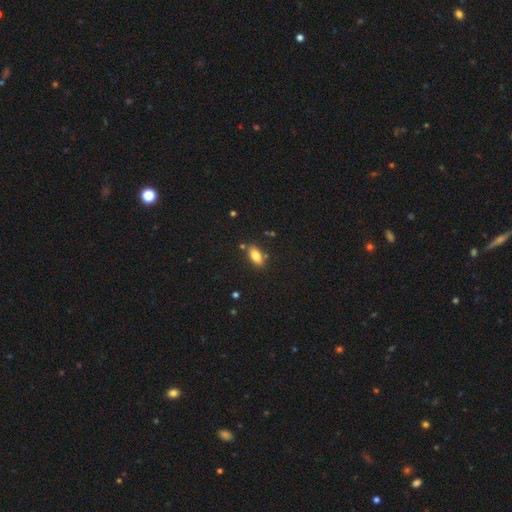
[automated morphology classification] Smooth or featured?
  - smooth: 82% *
  - featured or disk: 10%
  - star or artifact: 8%
How rounded?
  - in between: 89% *
  - cigar-shaped: 7%
  - round: 4%
Merging?
  - none: 81% *
  - minor disturbance: 12%
  - merger: 5%
  - major disturbance: 3%